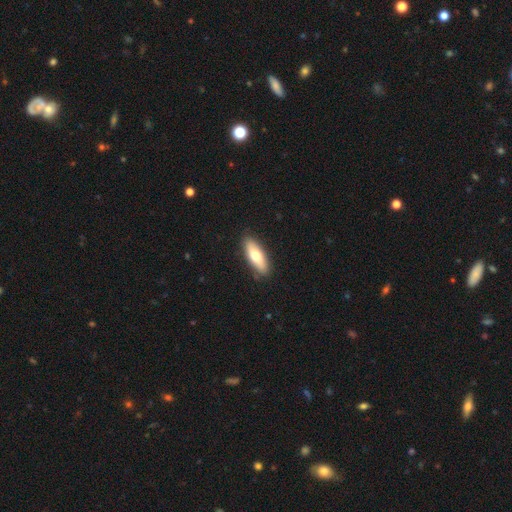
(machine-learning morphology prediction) Smooth or featured: smooth — 70% (featured or disk — 24%)
How rounded: in between — 60% (cigar-shaped — 37%)
Merging: none — 86% (minor disturbance — 11%)